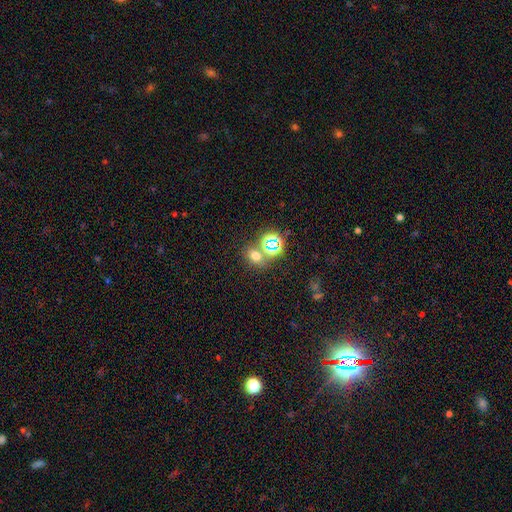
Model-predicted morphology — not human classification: A smooth galaxy with no disk features (59%) that is round (52%).

Vote fractions:
- Smooth or featured? smooth: 59% / star or artifact: 33% / featured or disk: 8%
- How rounded? round: 52% / in between: 47% / cigar-shaped: 1%
- Merging? none: 66% / merger: 21% / minor disturbance: 9% / major disturbance: 4%